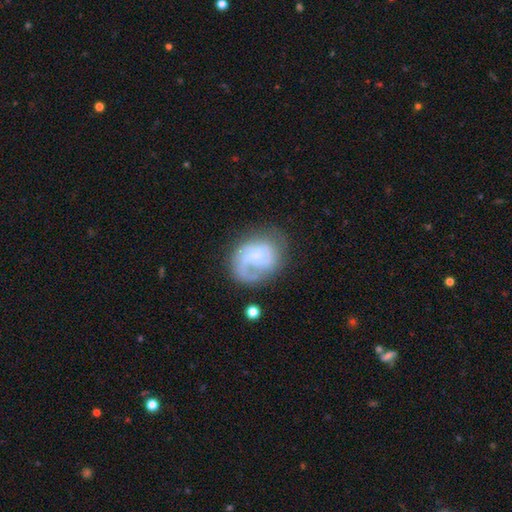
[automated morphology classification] A featured or disk galaxy (63%) with no bar (70%), 1 (48%) tight (39%) spiral arms (84%) and no central bulge (46%). Merging: none (54%).